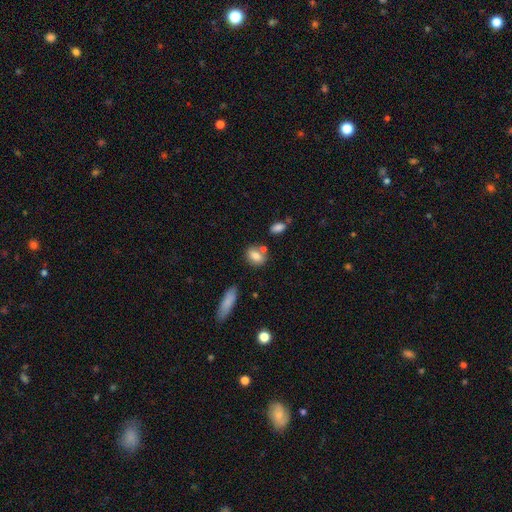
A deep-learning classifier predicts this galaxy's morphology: This is likely a smooth galaxy (79%). How rounded: likely in between (69%). Merging: likely none (62%).